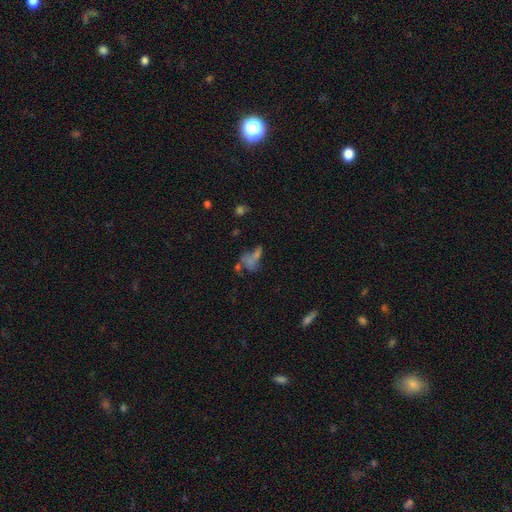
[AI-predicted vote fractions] Smooth or featured? Predicted: smooth (p=0.38). Merging? Predicted: none (p=0.35).